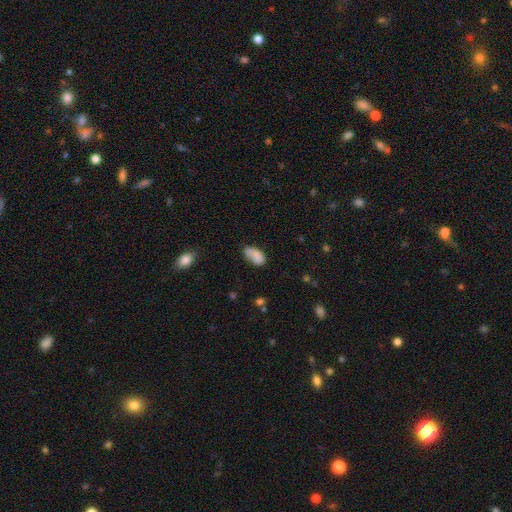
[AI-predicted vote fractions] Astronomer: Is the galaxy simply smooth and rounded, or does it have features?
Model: smooth — 77%.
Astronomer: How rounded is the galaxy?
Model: in between — 92%.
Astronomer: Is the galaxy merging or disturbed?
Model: none — 47% (runner-up: minor disturbance, 28%).